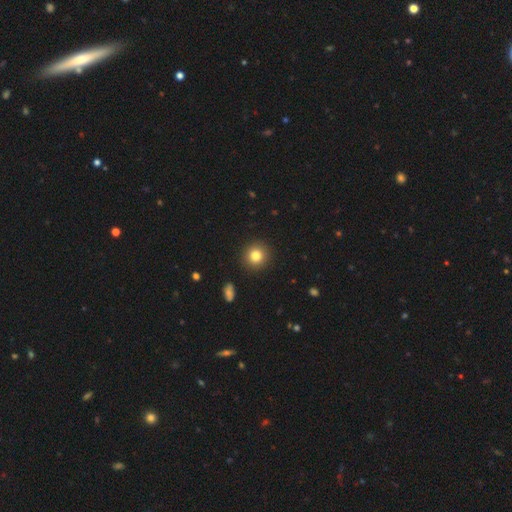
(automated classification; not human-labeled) A smooth galaxy with no disk features (82%) that is round (92%). Merging: none (91%).